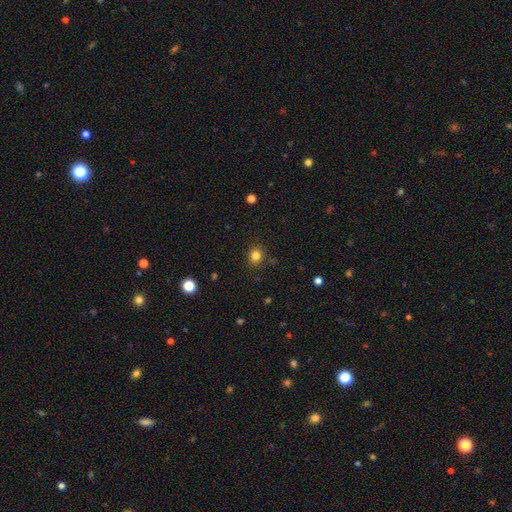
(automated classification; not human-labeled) Q: Smooth or featured?
A: smooth (81%); runner-up: star or artifact (13%)
Q: How rounded?
A: round (79%); runner-up: in between (20%)
Q: Merging?
A: none (86%); runner-up: minor disturbance (10%)